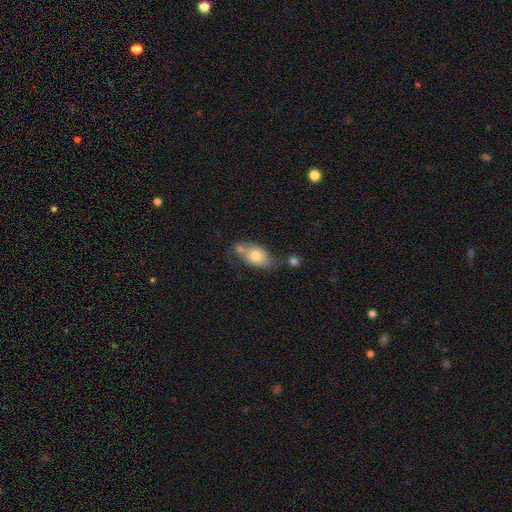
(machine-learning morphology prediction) This appears to be a smooth galaxy with no disk features (69%) that is in between round and cigar-shaped (83%). Merging: none (39%).